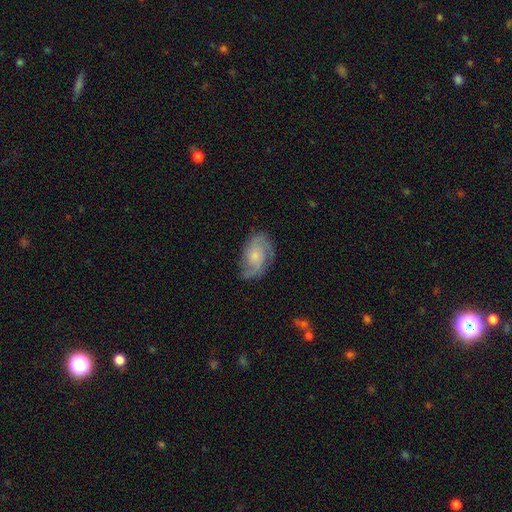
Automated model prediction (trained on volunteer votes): Smooth or featured: featured or disk — 77% (smooth — 17%)
Edge-on disk: no — 97% (yes — 3%)
Bar: no — 71% (weak — 25%)
Spiral arms: yes — 95% (no — 5%)
Spiral winding: medium — 45% (tight — 37%)
Spiral arm count: 2 — 51% (3 — 21%)
Bulge size: small — 54% (moderate — 33%)
Merging: none — 72% (minor disturbance — 20%)